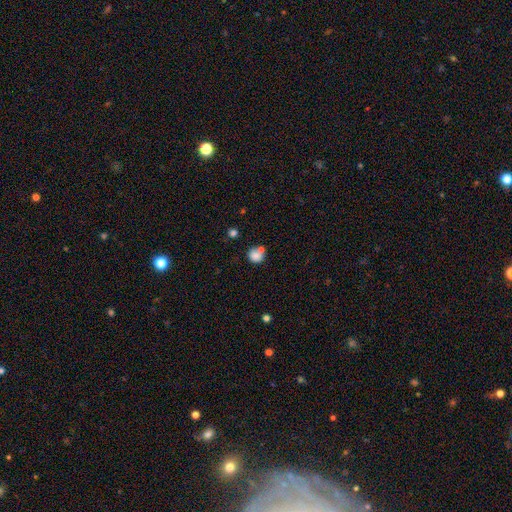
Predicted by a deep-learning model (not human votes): Smooth or featured?
  - smooth: 81% *
  - star or artifact: 10%
  - featured or disk: 9%
How rounded?
  - round: 77% *
  - in between: 22%
  - cigar-shaped: 1%
Merging?
  - none: 52% *
  - merger: 28%
  - minor disturbance: 14%
  - major disturbance: 6%